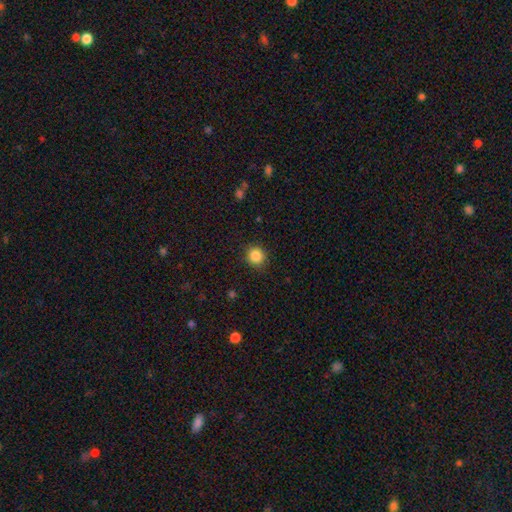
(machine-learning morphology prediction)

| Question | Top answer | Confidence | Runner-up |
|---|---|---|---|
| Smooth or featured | smooth | 86% | star or artifact (10%) |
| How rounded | round | 89% | in between (10%) |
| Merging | none | 88% | minor disturbance (8%) |